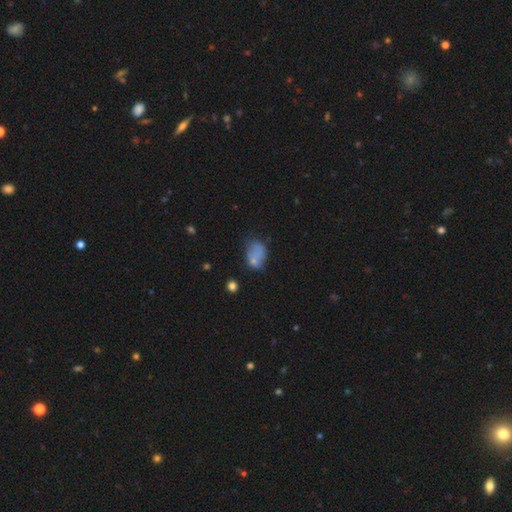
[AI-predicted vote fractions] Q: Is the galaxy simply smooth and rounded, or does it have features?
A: smooth — 67%.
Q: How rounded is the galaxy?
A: in between — 79%.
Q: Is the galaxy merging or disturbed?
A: none — 32%.